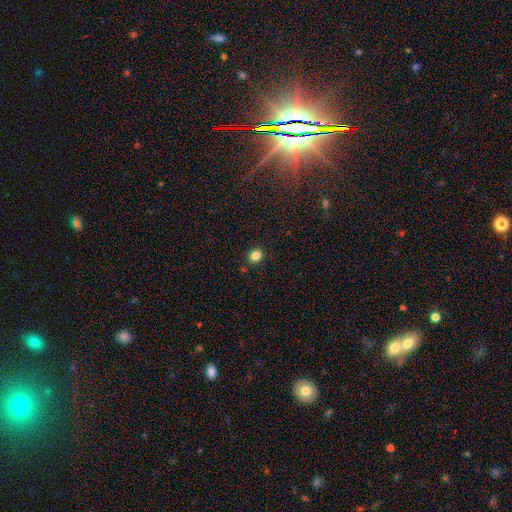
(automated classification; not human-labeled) The model was most divided on "how rounded": round: 82%, in between: 17%, cigar-shaped: 1%. More confident: merging — none (88%); smooth or featured — smooth (83%).